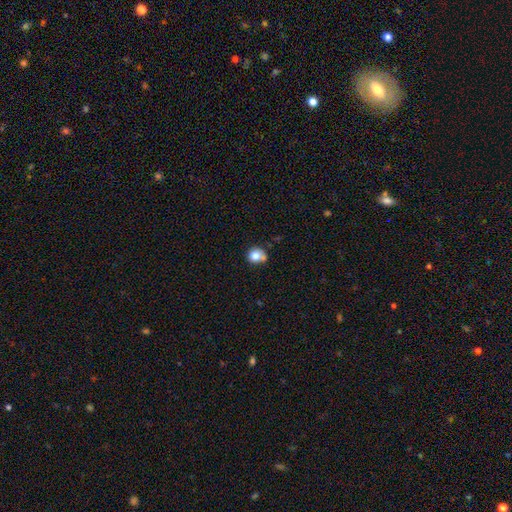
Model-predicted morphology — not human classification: smooth 80%, star or artifact 10%, featured or disk 9%. Down the decision tree: how rounded — round (84%); merging — none (57%).